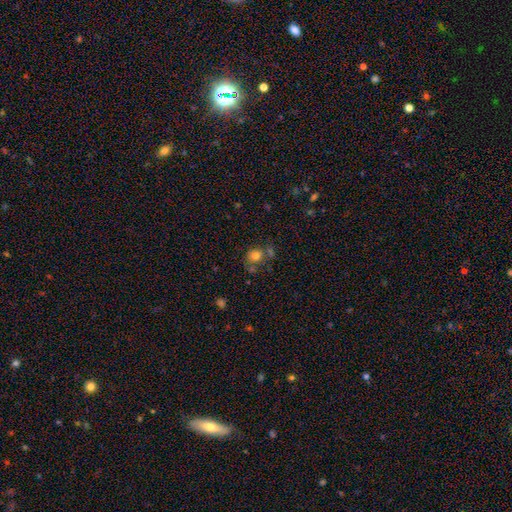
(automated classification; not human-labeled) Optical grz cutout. It shows a smooth galaxy with no disk features (77%) that is round (76%). Merging: none (61%).